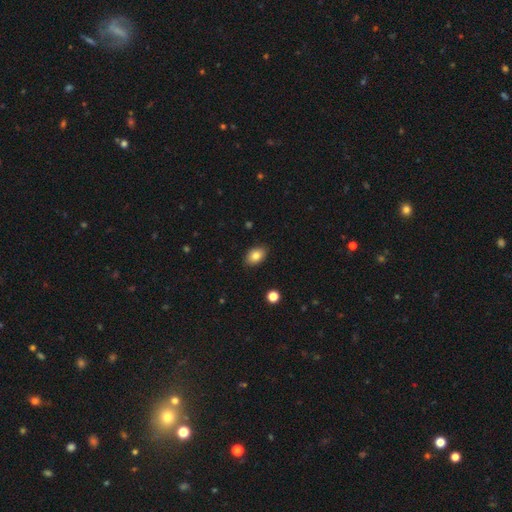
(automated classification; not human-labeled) This appears to be a smooth galaxy with no disk features (83%) that is in between round and cigar-shaped (85%). Merging: none (88%).